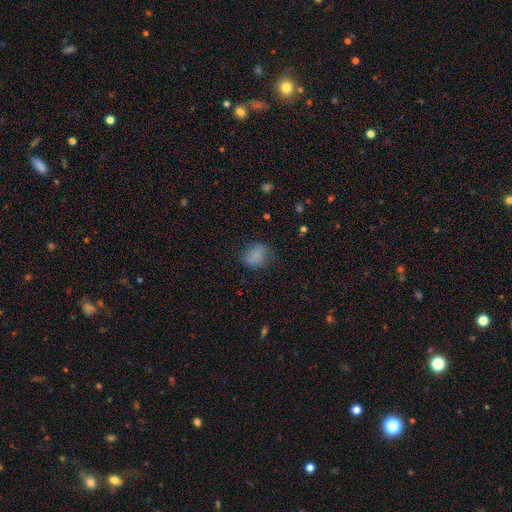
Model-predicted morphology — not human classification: Smooth or featured: smooth — 79% (star or artifact — 12%)
How rounded: round — 54% (in between — 45%)
Merging: none — 68% (minor disturbance — 22%)